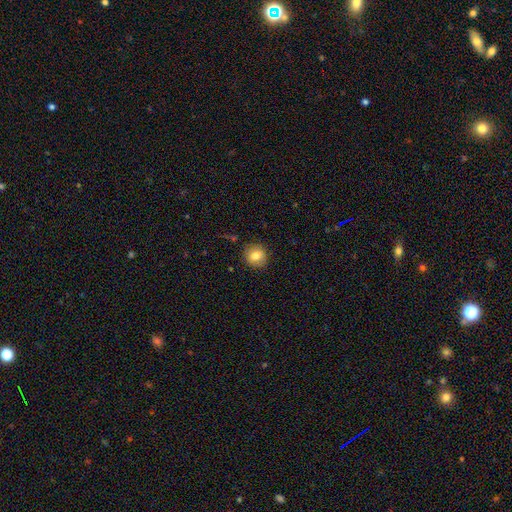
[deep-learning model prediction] Q: Smooth or featured?
A: smooth (80%); runner-up: featured or disk (11%)
Q: How rounded?
A: round (87%); runner-up: in between (12%)
Q: Merging?
A: none (88%); runner-up: minor disturbance (8%)